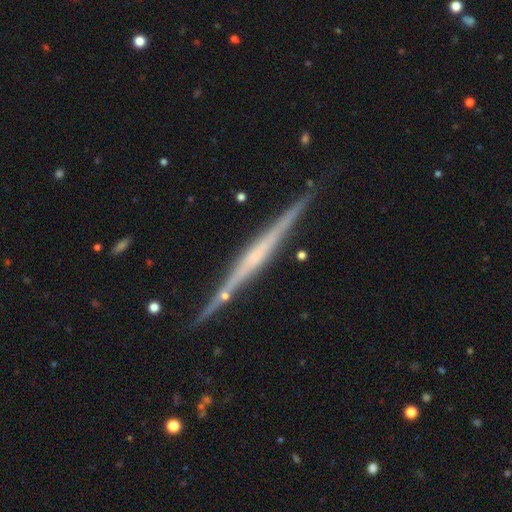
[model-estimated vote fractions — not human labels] This is likely a featured or disk galaxy (79%). It is clearly viewed edge-on (98%). Edge-on bulge: possibly none (52%). Merging: clearly none (87%).